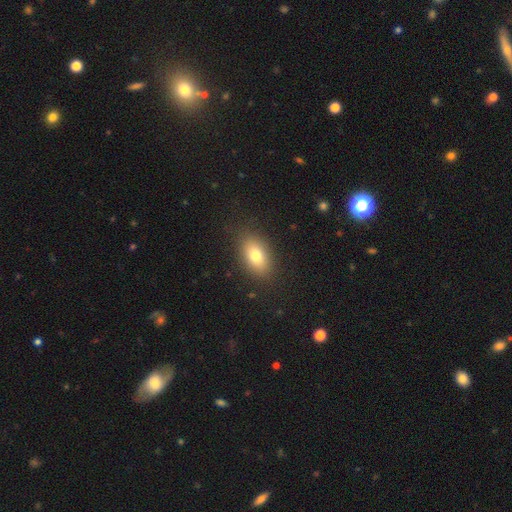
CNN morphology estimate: Smooth or featured: smooth — 77% (featured or disk — 13%)
How rounded: in between — 87% (round — 11%)
Merging: none — 85% (minor disturbance — 10%)